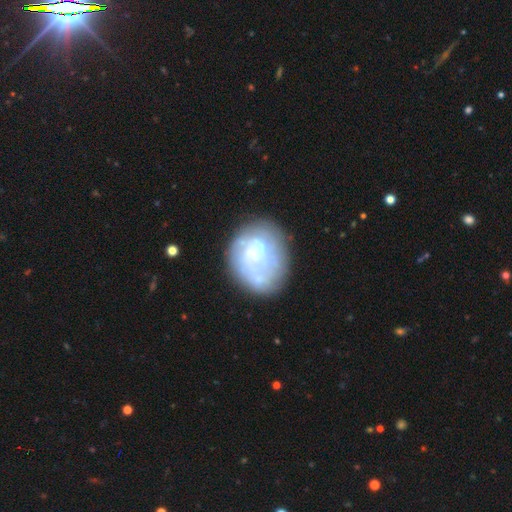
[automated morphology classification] Smooth or featured? featured or disk (62%)
Edge-on disk? no (98%)
Bar? no (77%)
Spiral arms? yes (56%)
Bulge size? none (45%)
Merging? none (60%)